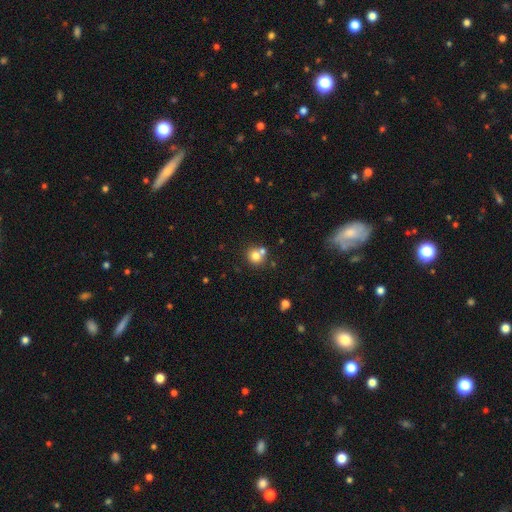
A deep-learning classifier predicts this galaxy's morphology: smooth 76%, star or artifact 12%, featured or disk 12%. Down the decision tree: how rounded — round (86%); merging — none (56%).